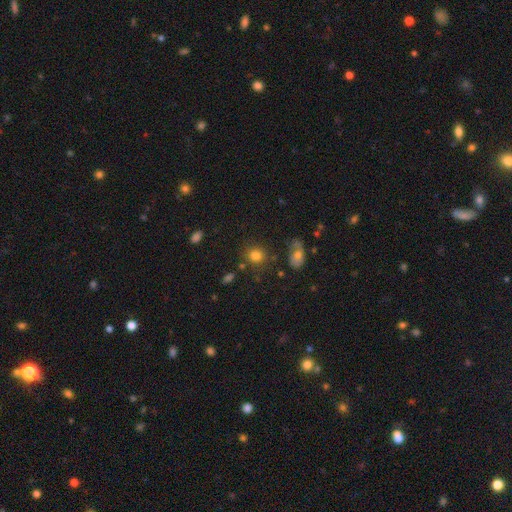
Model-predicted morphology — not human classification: A smooth galaxy with no disk features (79%) that is round (77%). Merging: none (76%).